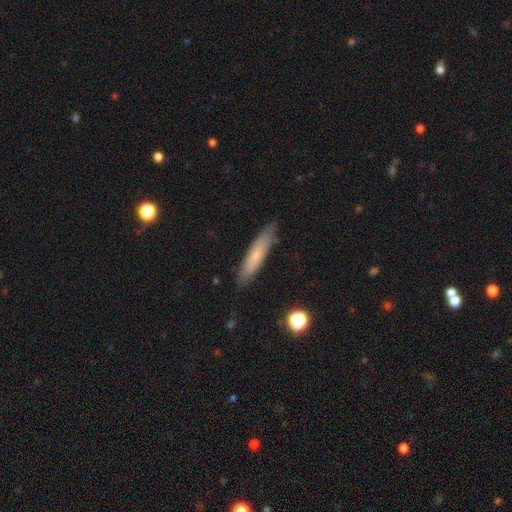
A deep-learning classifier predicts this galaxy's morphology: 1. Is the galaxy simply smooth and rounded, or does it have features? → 66% smooth, 27% featured or disk, 7% star or artifact.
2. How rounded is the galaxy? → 86% cigar-shaped, 13% in between, 2% round.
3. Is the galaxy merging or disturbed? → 87% none, 10% minor disturbance, 2% major disturbance, 1% merger.